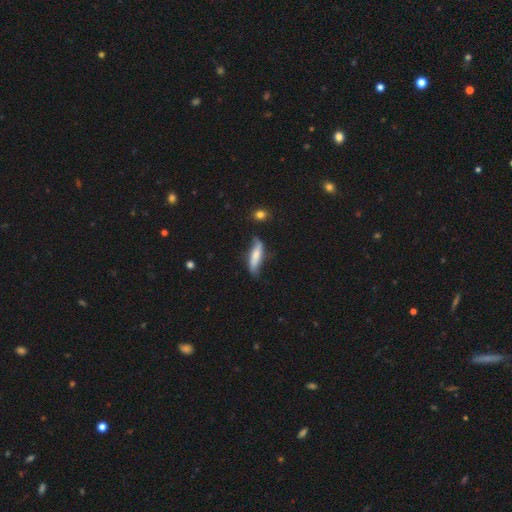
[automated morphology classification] This is likely a smooth galaxy (63%). How rounded: likely cigar-shaped (67%). Merging: possibly none (56%).